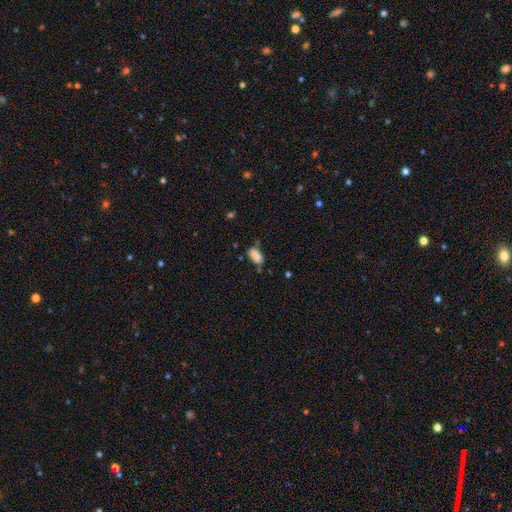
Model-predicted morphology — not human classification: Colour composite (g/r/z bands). It shows a smooth galaxy with no disk features (85%) that is in between round and cigar-shaped (92%). Merging: none (60%).